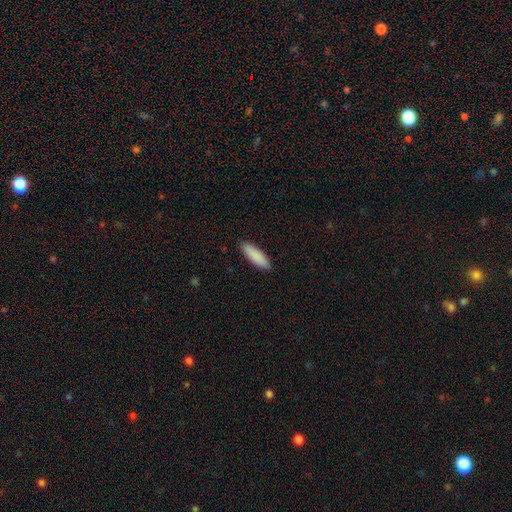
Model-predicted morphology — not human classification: A smooth galaxy with no disk features (89%) that is in between round and cigar-shaped (51%). Merging: none (90%).